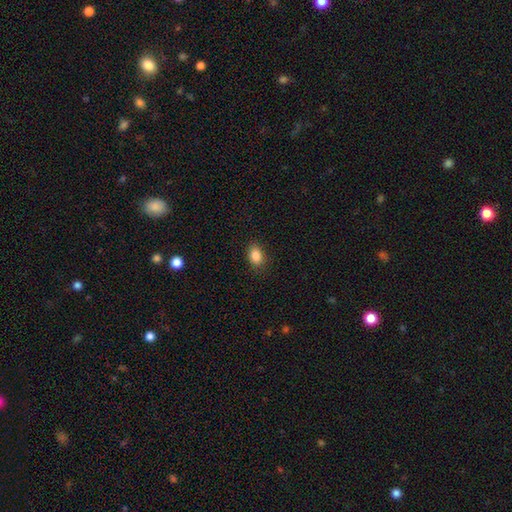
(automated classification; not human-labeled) Smooth or featured? Predicted: smooth (p=0.86). How rounded? Predicted: in between (p=0.79). Merging? Predicted: none (p=0.86).